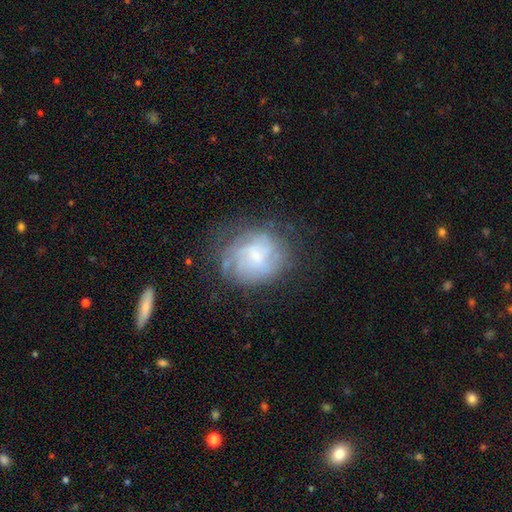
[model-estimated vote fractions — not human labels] Smooth or featured?
  - featured or disk: 65% *
  - smooth: 26%
  - star or artifact: 9%
Edge-on disk?
  - no: 98% *
  - yes: 2%
Bar?
  - no: 57% *
  - weak: 37%
  - strong: 6%
Spiral arms?
  - yes: 81% *
  - no: 19%
Spiral winding?
  - tight: 51% *
  - medium: 34%
  - loose: 14%
Spiral arm count?
  - can't tell: 54% *
  - 4: 12%
  - 3: 12%
  - 2: 11%
  - more than 4: 6%
  - 1: 5%
Bulge size?
  - small: 51% *
  - moderate: 27%
  - none: 17%
  - large: 4%
  - dominant: 1%
Merging?
  - none: 63% *
  - minor disturbance: 21%
  - major disturbance: 14%
  - merger: 2%